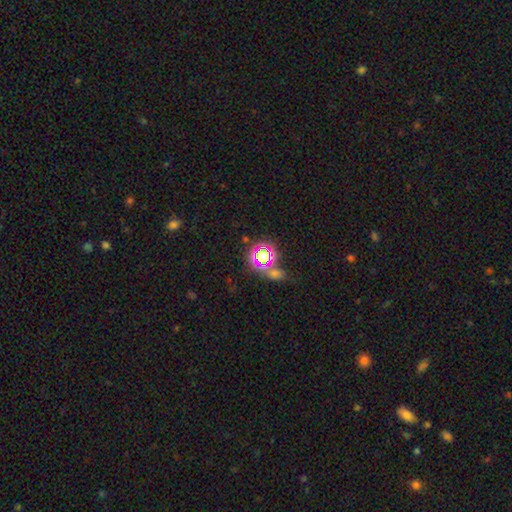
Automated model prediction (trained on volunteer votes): A star or artifact, not a galaxy (61%).

Vote fractions:
- Smooth or featured? star or artifact: 61% / smooth: 28% / featured or disk: 11%